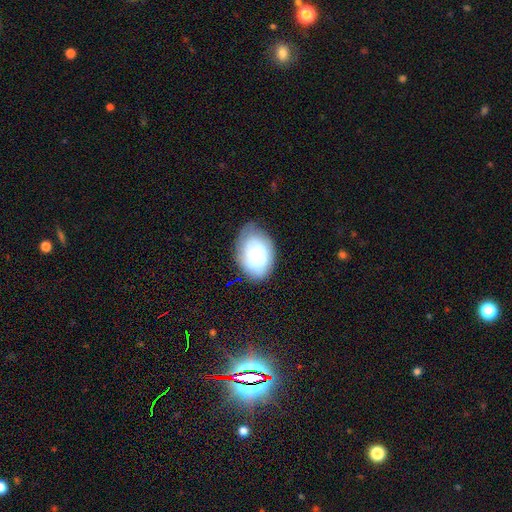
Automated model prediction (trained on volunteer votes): Q: Smooth or featured?
A: smooth (56%); runner-up: featured or disk (36%)
Q: How rounded?
A: in between (76%); runner-up: round (23%)
Q: Merging?
A: none (62%); runner-up: minor disturbance (27%)